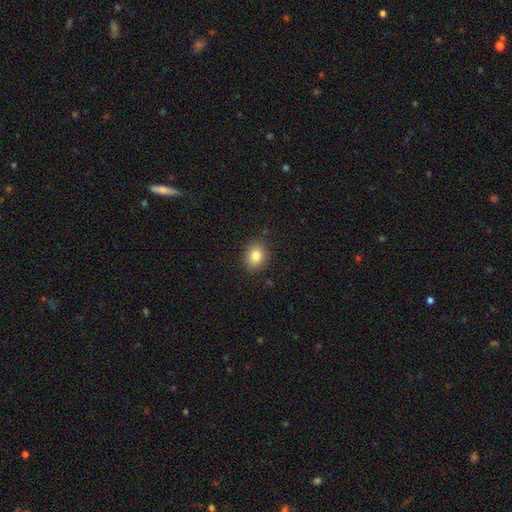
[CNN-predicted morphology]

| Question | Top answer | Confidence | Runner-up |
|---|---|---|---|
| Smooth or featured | smooth | 83% | star or artifact (10%) |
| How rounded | round | 56% | in between (43%) |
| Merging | none | 88% | minor disturbance (8%) |